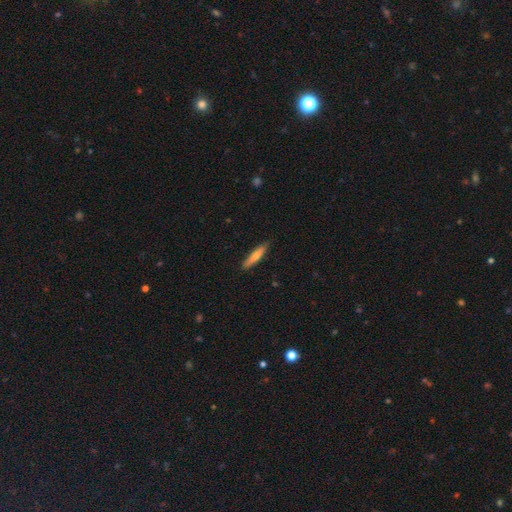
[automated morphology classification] The model was most divided on "smooth or featured": smooth: 64%, featured or disk: 30%, star or artifact: 6%. More confident: merging — none (88%); how rounded — cigar-shaped (86%).